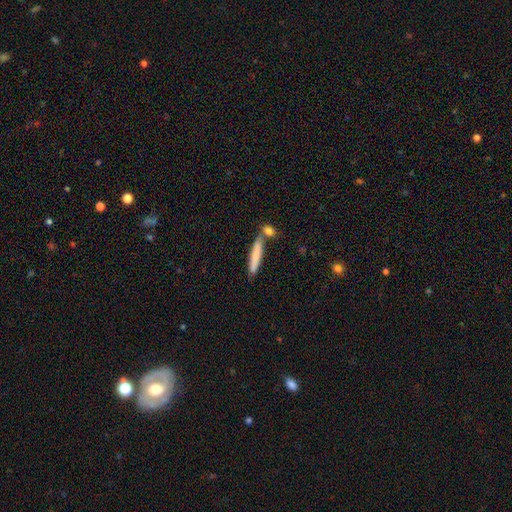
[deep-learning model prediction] Smooth or featured? smooth (73%)
How rounded? cigar-shaped (92%)
Merging? none (68%)